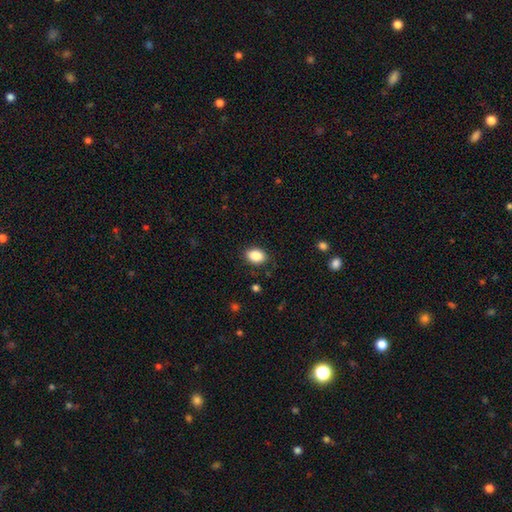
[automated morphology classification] Smooth or featured? Predicted: smooth (p=0.87). How rounded? Predicted: in between (p=0.81). Merging? Predicted: none (p=0.87).